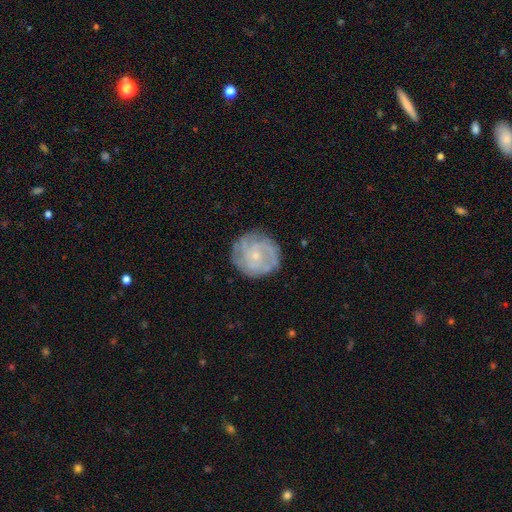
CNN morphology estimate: A featured or disk galaxy (76%) with no bar (75%), tight (62%) spiral arms (89%) and a small central bulge (75%). Merging: none (79%).